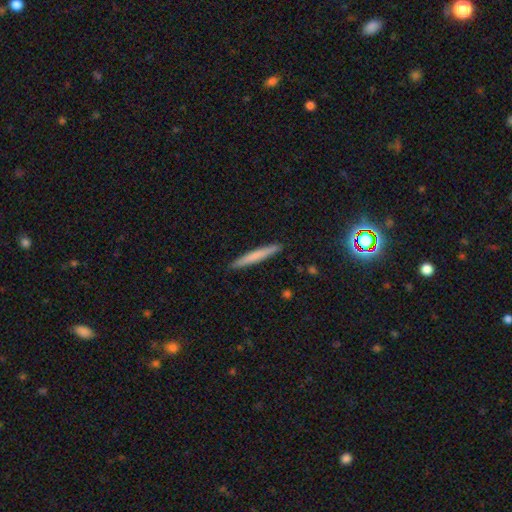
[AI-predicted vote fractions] smooth 69%, featured or disk 25%, star or artifact 6%. Down the decision tree: how rounded — cigar-shaped (96%); merging — none (92%).